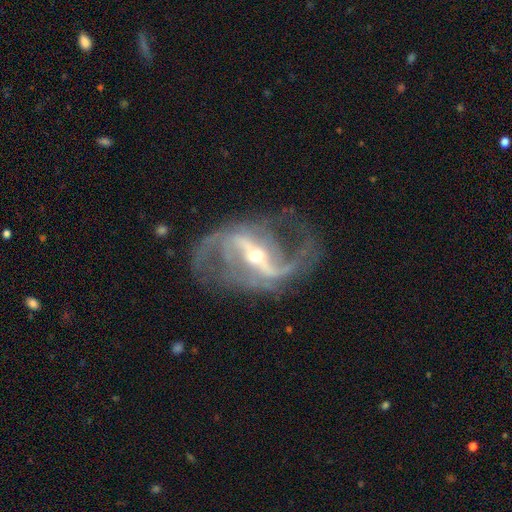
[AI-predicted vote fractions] Smooth or featured?
  - featured or disk: 91% *
  - star or artifact: 6%
  - smooth: 3%
Edge-on disk?
  - no: 95% *
  - yes: 5%
Bar?
  - strong: 71% *
  - weak: 21%
  - no: 7%
Spiral arms?
  - yes: 96% *
  - no: 4%
Spiral winding?
  - loose: 48% *
  - medium: 41%
  - tight: 11%
Spiral arm count?
  - 2: 86% *
  - 3: 4%
  - can't tell: 4%
  - 1: 2%
  - 4: 2%
  - more than 4: 2%
Bulge size?
  - small: 49% *
  - moderate: 46%
  - large: 3%
  - none: 1%
  - dominant: 1%
Merging?
  - none: 68% *
  - minor disturbance: 16%
  - major disturbance: 15%
  - merger: 2%